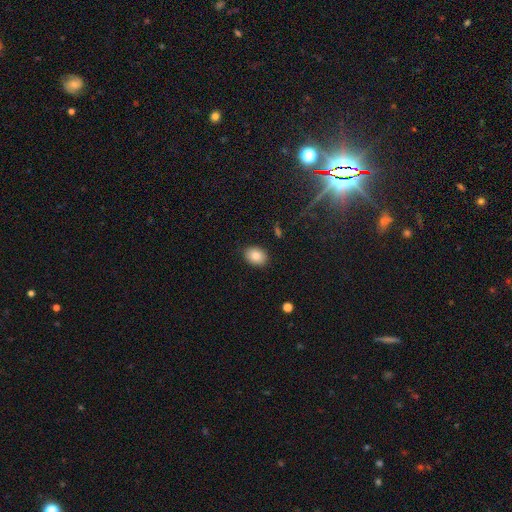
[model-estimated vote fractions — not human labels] Morphology: type=smooth (83%); roundness=in between (69%); merging=none (87%).